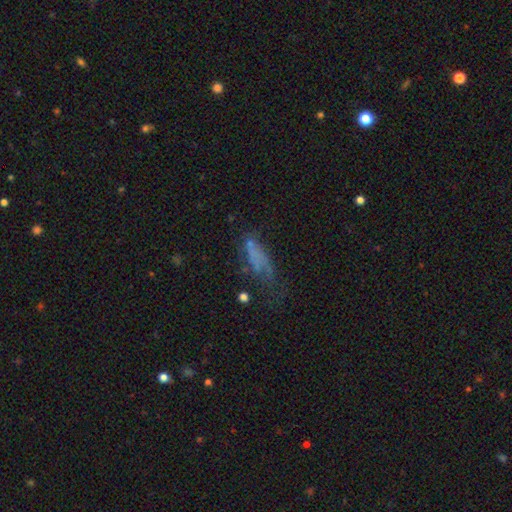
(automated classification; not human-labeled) smooth 48%, featured or disk 33%, star or artifact 18%. Down the decision tree: merging — major disturbance (37%).